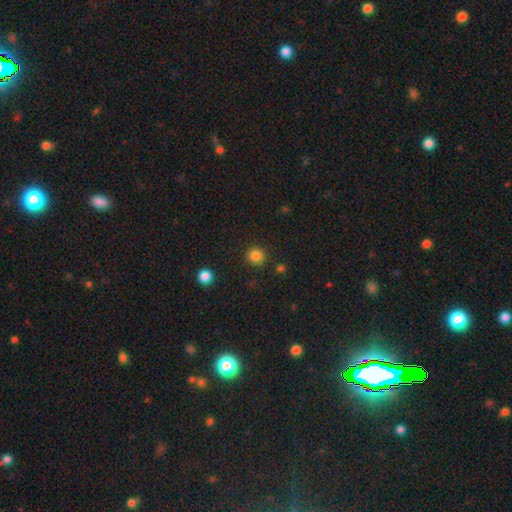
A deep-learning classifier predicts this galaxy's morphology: smooth-or-featured: smooth: 84% | star or artifact: 12% | featured or disk: 4%
  how-rounded: round: 93% | in between: 6% | cigar-shaped: 1%
  merging: none: 89% | minor disturbance: 6% | major disturbance: 2% | merger: 2%